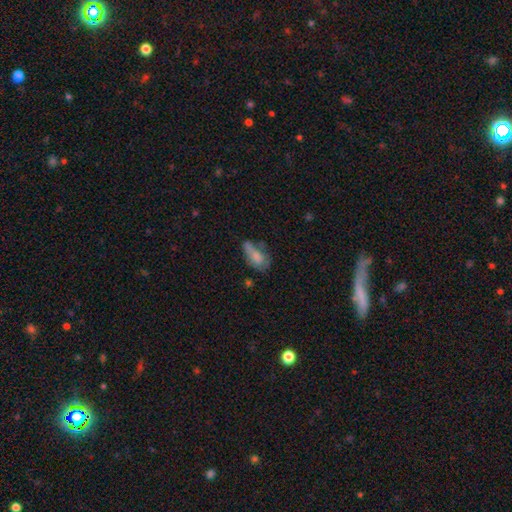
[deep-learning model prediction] Q: Smooth or featured?
A: smooth (67%); runner-up: featured or disk (24%)
Q: How rounded?
A: in between (86%); runner-up: cigar-shaped (8%)
Q: Merging?
A: none (34%); runner-up: minor disturbance (29%)